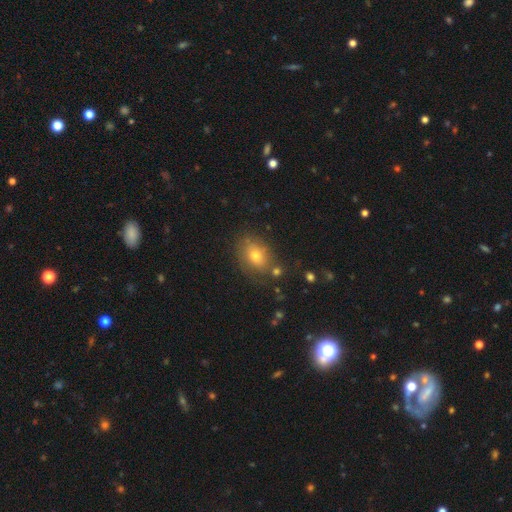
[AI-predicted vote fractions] Q: Smooth or featured?
A: smooth (66%); runner-up: featured or disk (21%)
Q: How rounded?
A: in between (65%); runner-up: round (33%)
Q: Merging?
A: none (70%); runner-up: minor disturbance (18%)